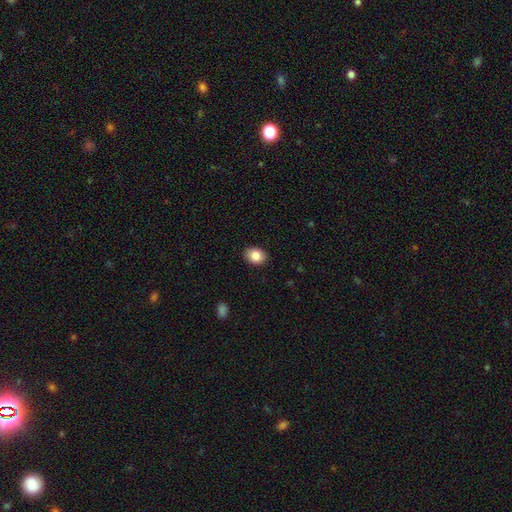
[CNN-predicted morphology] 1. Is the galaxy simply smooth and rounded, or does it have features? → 85% smooth, 8% star or artifact, 7% featured or disk.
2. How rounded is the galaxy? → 65% in between, 34% round, 1% cigar-shaped.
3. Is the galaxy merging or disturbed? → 89% none, 8% minor disturbance, 2% major disturbance, 1% merger.